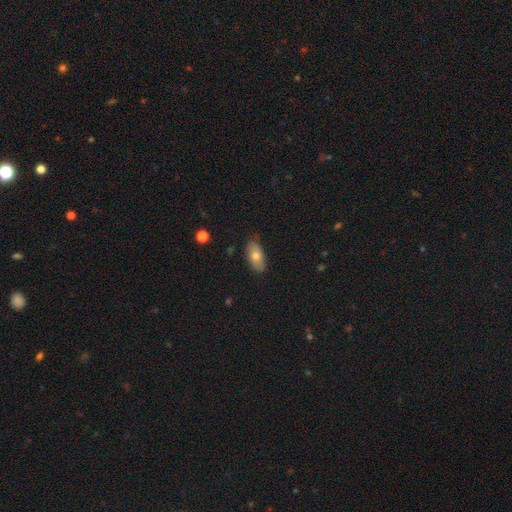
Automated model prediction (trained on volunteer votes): smooth 73%, featured or disk 20%, star or artifact 7%. Down the decision tree: how rounded — in between (90%); merging — none (83%).